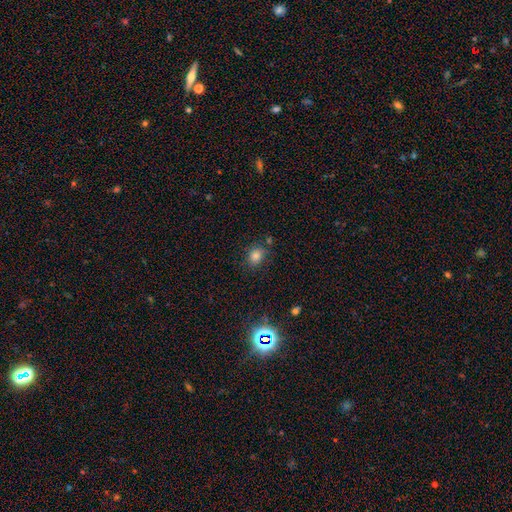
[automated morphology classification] Overall: smooth (76%). How rounded: round (61%; in between 38%). Merging: none (77%).